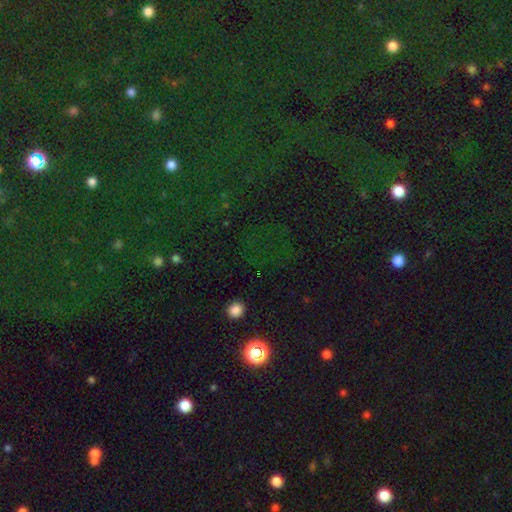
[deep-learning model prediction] smooth_or_featured: star or artifact (p=0.70) [alt: smooth p=0.21]